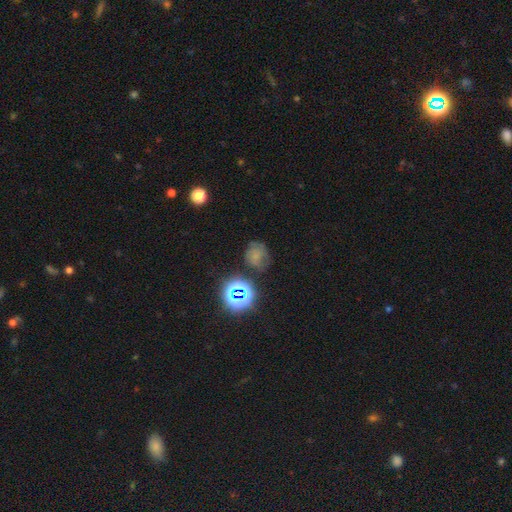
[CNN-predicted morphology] Smooth or featured? Predicted: smooth (p=0.52). How rounded? Predicted: round (p=0.73). Merging? Predicted: none (p=0.60).